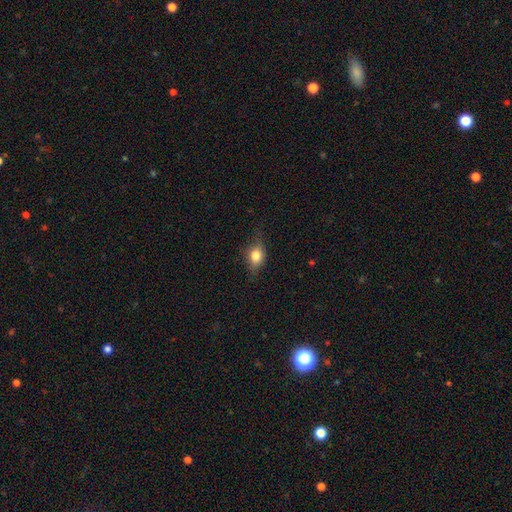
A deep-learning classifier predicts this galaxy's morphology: A smooth galaxy with no disk features (74%) that is in between round and cigar-shaped (62%).

Vote fractions:
- Smooth or featured? smooth: 74% / featured or disk: 17% / star or artifact: 9%
- How rounded? in between: 62% / round: 34% / cigar-shaped: 4%
- Merging? none: 66% / minor disturbance: 26% / major disturbance: 7% / merger: 1%